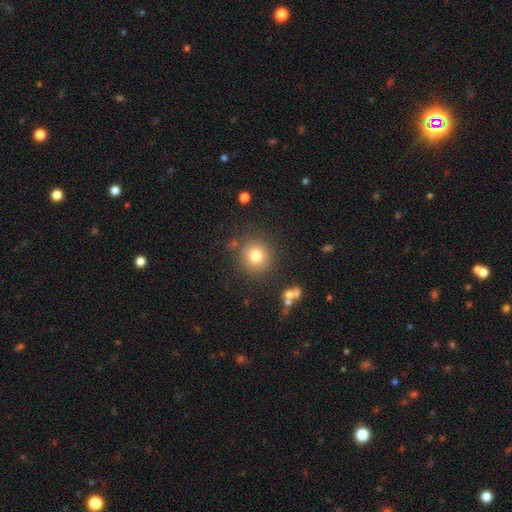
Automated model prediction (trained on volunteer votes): smooth-or-featured: smooth: 78% | star or artifact: 13% | featured or disk: 10%
  how-rounded: round: 93% | in between: 6% | cigar-shaped: 1%
  merging: none: 84% | minor disturbance: 9% | merger: 4% | major disturbance: 4%